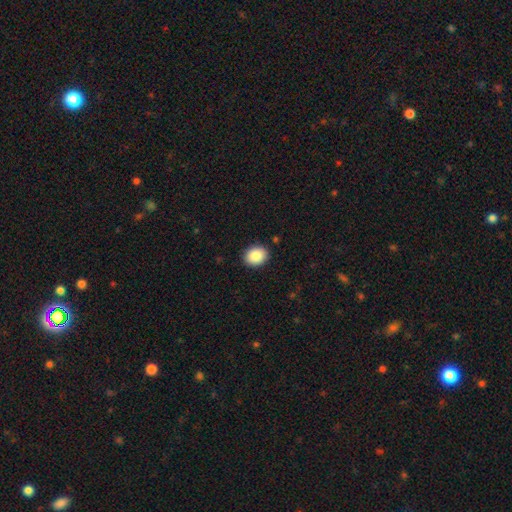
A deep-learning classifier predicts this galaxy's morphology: This appears to be a smooth galaxy with no disk features (88%) that is round (51%). Merging: none (90%).